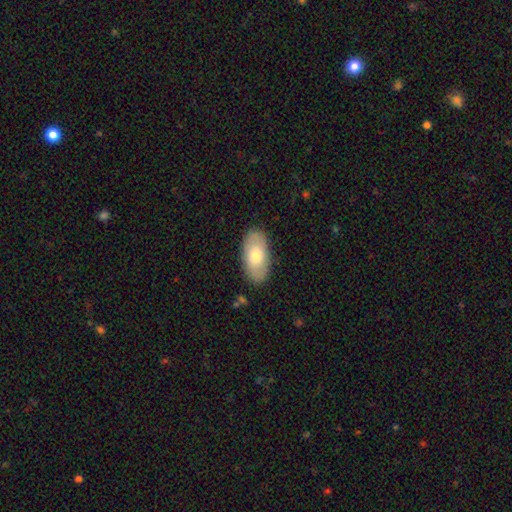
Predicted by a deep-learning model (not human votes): A smooth galaxy with no disk features (71%) that is in between round and cigar-shaped (94%). Merging: none (86%).